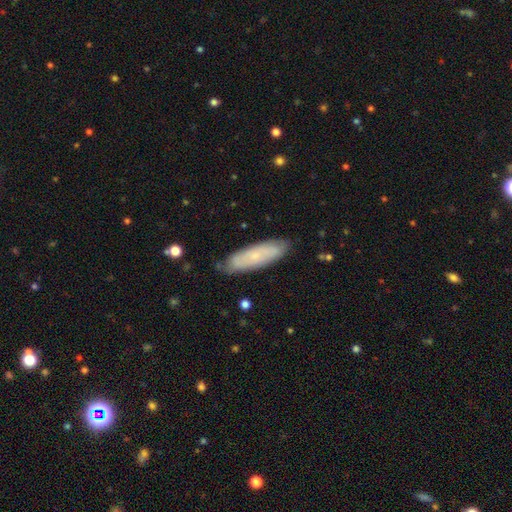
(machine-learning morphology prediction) type=smooth (57%); roundness=cigar-shaped (54%); merging=none (80%).